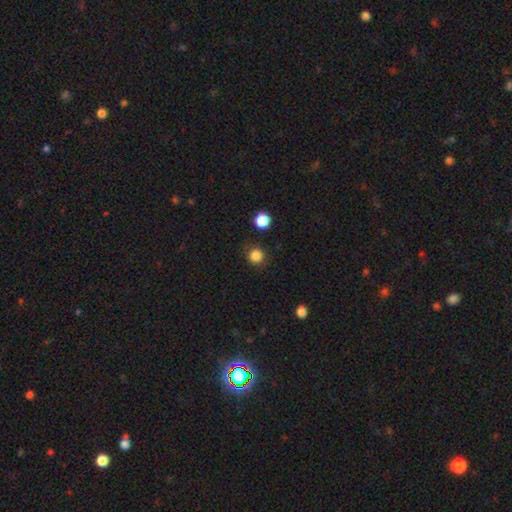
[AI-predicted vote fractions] The model was most divided on "smooth or featured": smooth: 85%, star or artifact: 12%, featured or disk: 3%. More confident: how rounded — round (93%); merging — none (86%).